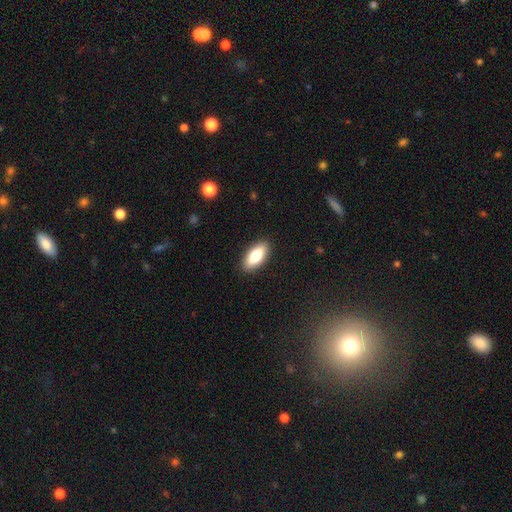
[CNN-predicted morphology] smooth_or_featured: smooth (p=0.81) [alt: featured or disk p=0.13]
how_rounded: in between (p=0.87) [alt: cigar-shaped p=0.11]
merging: none (p=0.89) [alt: minor disturbance p=0.08]